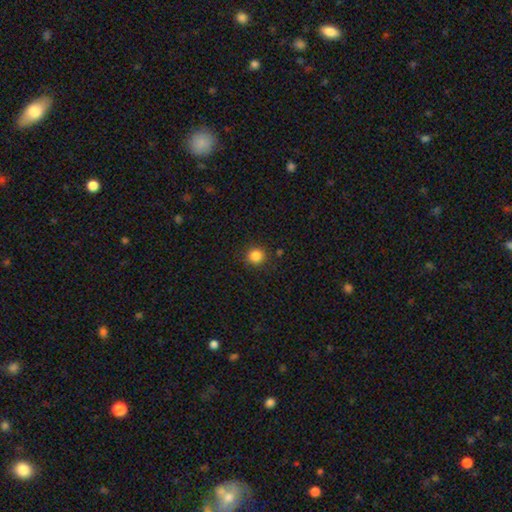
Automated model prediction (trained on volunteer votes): Smooth or featured?
  - smooth: 85% *
  - star or artifact: 11%
  - featured or disk: 4%
How rounded?
  - round: 93% *
  - in between: 6%
  - cigar-shaped: 1%
Merging?
  - none: 90% *
  - minor disturbance: 7%
  - major disturbance: 2%
  - merger: 2%